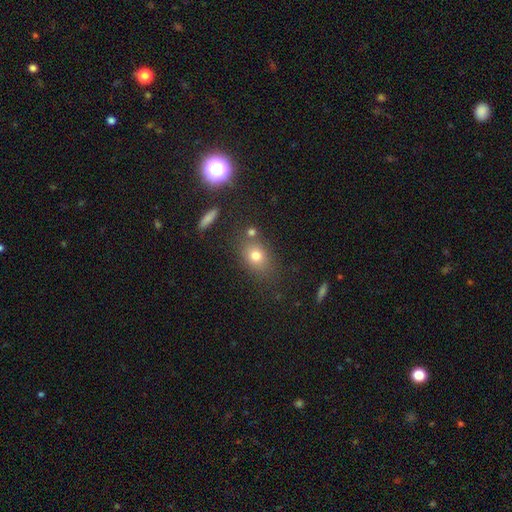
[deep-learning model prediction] This appears to be a smooth galaxy with no disk features (75%) that is in between round and cigar-shaped (60%). Merging: none (72%).